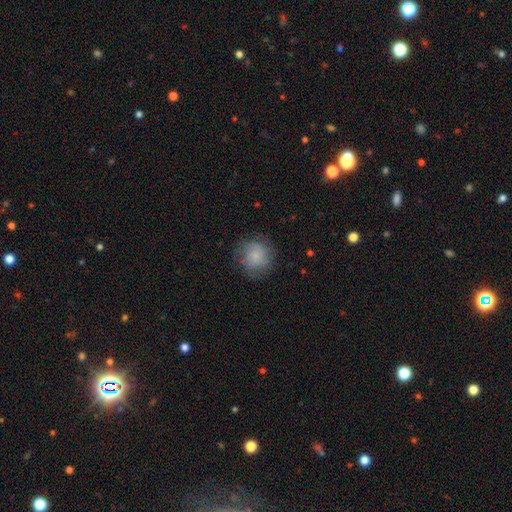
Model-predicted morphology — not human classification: type=smooth (69%); roundness=round (86%); merging=none (73%).